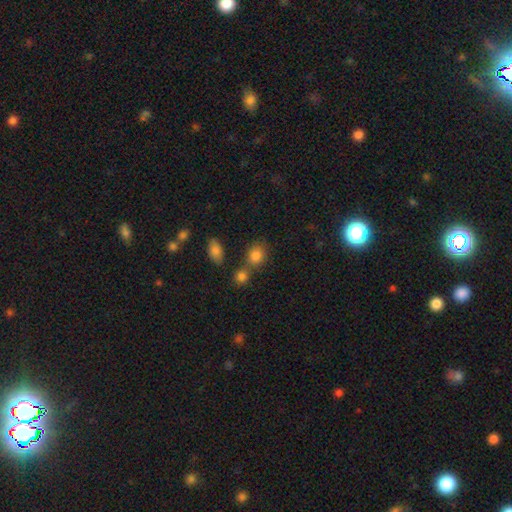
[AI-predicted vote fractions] Smooth or featured: smooth — 83% (star or artifact — 10%)
How rounded: round — 57% (in between — 41%)
Merging: none — 58% (merger — 26%)